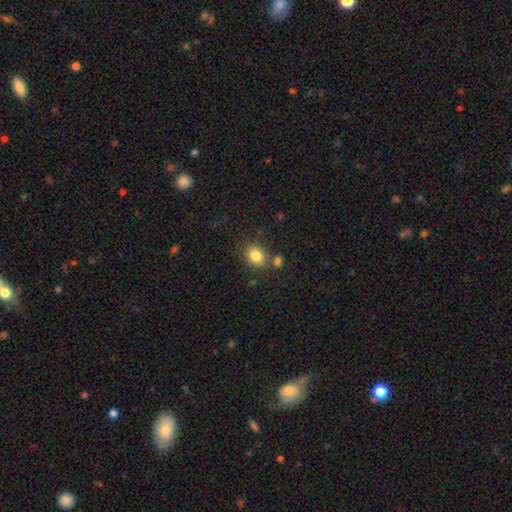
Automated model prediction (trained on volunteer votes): Morphology: type=smooth (82%); roundness=round (51%); merging=none (73%).